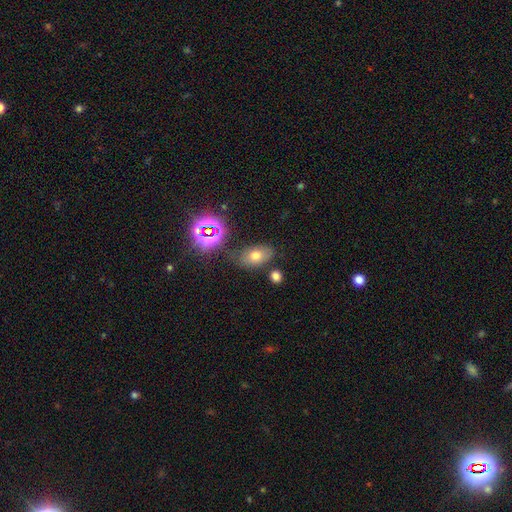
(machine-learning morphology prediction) This appears to be a smooth galaxy with no disk features (64%) that is in between round and cigar-shaped (85%). Merging: none (71%).